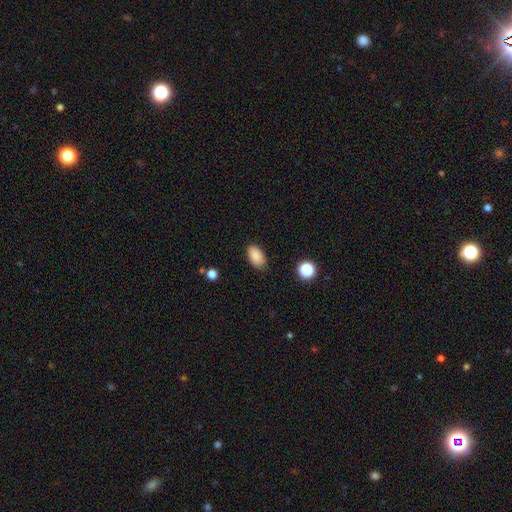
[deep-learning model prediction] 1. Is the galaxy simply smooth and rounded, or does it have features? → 87% smooth, 9% star or artifact, 4% featured or disk.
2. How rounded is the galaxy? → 91% in between, 7% round, 2% cigar-shaped.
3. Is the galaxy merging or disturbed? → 79% none, 16% minor disturbance, 3% major disturbance, 2% merger.